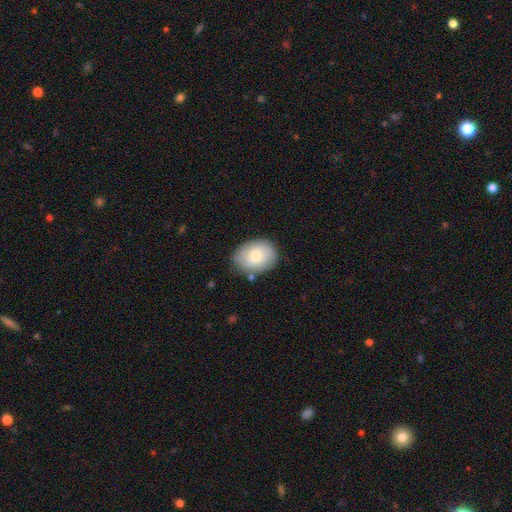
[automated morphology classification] This is likely a smooth galaxy (61%). How rounded: likely in between (67%). Merging: likely none (78%).